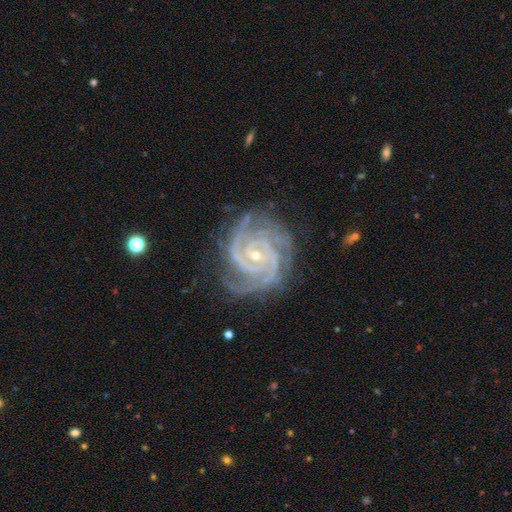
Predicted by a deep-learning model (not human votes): Q: Smooth or featured?
A: featured or disk (93%); runner-up: star or artifact (5%)
Q: Edge-on disk?
A: no (98%); runner-up: yes (2%)
Q: Bar?
A: no (62%); runner-up: weak (25%)
Q: Spiral arms?
A: yes (99%); runner-up: no (1%)
Q: Spiral winding?
A: tight (77%); runner-up: medium (21%)
Q: Spiral arm count?
A: 3 (33%); runner-up: 2 (24%)
Q: Bulge size?
A: small (75%); runner-up: moderate (22%)
Q: Merging?
A: none (75%); runner-up: minor disturbance (18%)